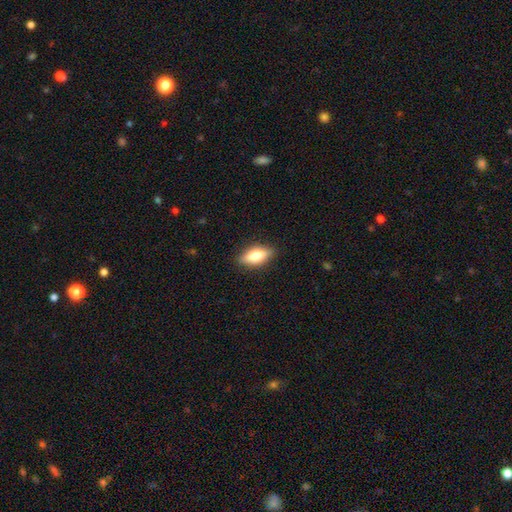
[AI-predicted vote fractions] smooth_or_featured: smooth (p=0.69) [alt: featured or disk p=0.24]
how_rounded: in between (p=0.78) [alt: cigar-shaped p=0.18]
merging: none (p=0.86) [alt: minor disturbance p=0.11]